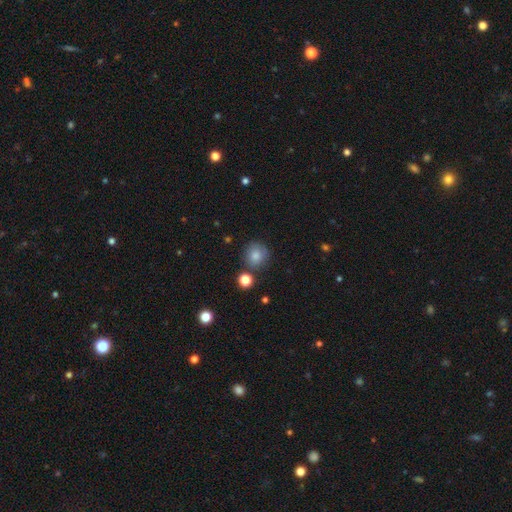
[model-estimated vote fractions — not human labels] Smooth or featured: smooth — 81% (star or artifact — 11%)
How rounded: round — 87% (in between — 12%)
Merging: none — 76% (minor disturbance — 13%)